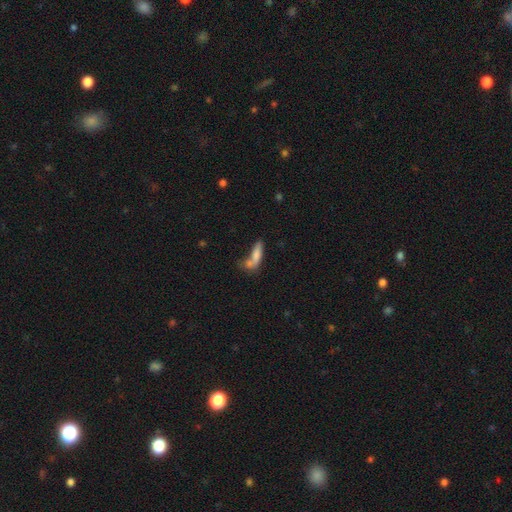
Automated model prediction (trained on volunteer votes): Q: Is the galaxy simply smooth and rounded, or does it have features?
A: smooth — 73%.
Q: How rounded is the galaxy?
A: cigar-shaped — 58%.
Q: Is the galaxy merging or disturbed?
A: merger — 39%.